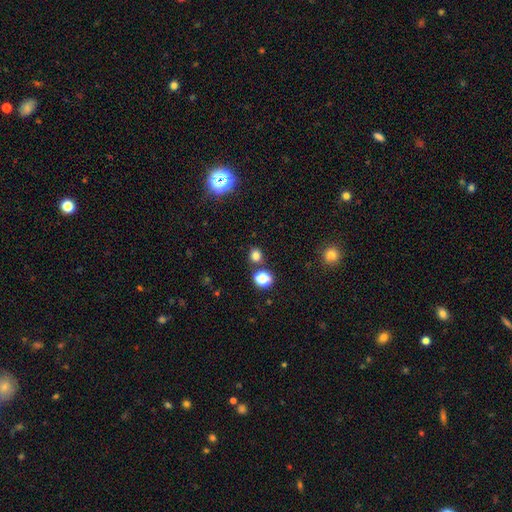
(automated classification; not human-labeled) Q: Smooth or featured?
A: smooth (76%); runner-up: star or artifact (19%)
Q: How rounded?
A: round (76%); runner-up: in between (23%)
Q: Merging?
A: none (78%); runner-up: merger (11%)